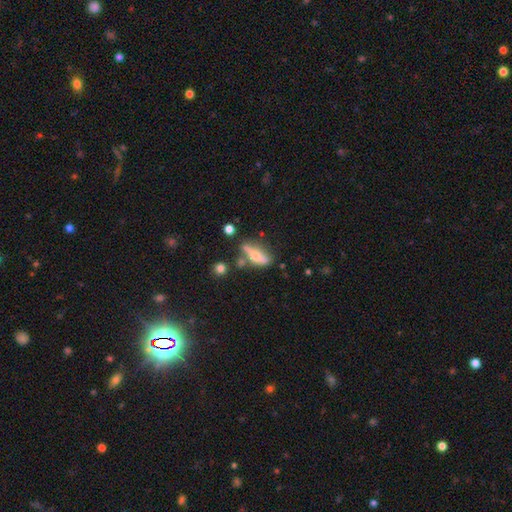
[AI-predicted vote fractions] This is possibly a smooth galaxy (46%, tied with featured or disk). Merging: possibly none (56%).